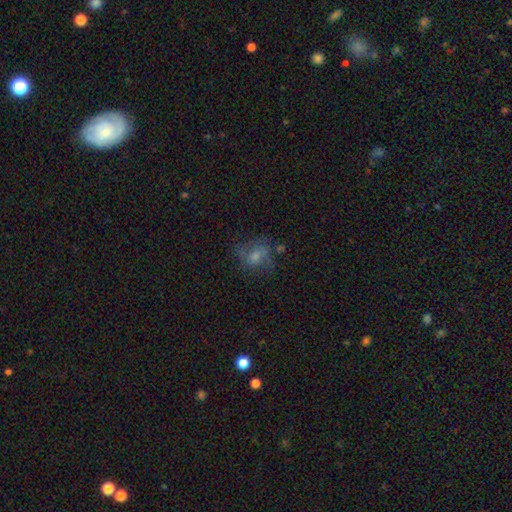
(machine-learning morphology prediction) This is marginally a featured or disk galaxy (42%). Merging: possibly none (60%).